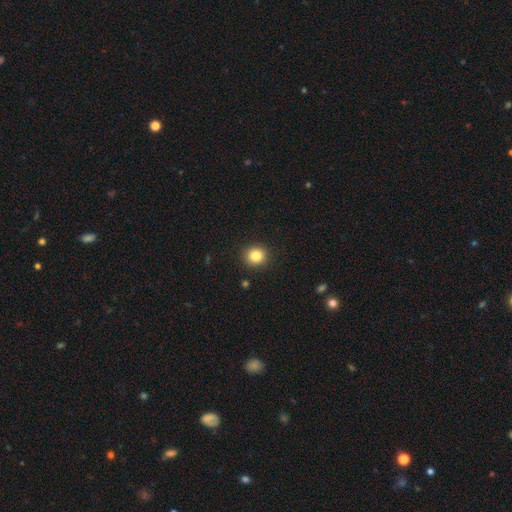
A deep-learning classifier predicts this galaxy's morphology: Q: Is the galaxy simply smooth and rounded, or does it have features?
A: smooth — 85%.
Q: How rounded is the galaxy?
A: round — 87%.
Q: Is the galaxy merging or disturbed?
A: none — 90%.